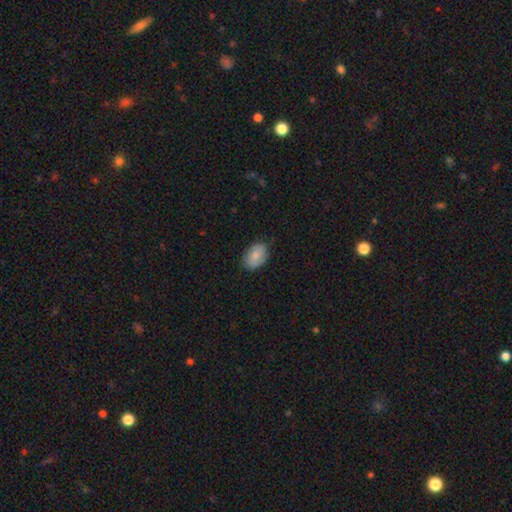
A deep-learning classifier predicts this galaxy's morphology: type=smooth (80%); roundness=in between (84%); merging=none (82%).